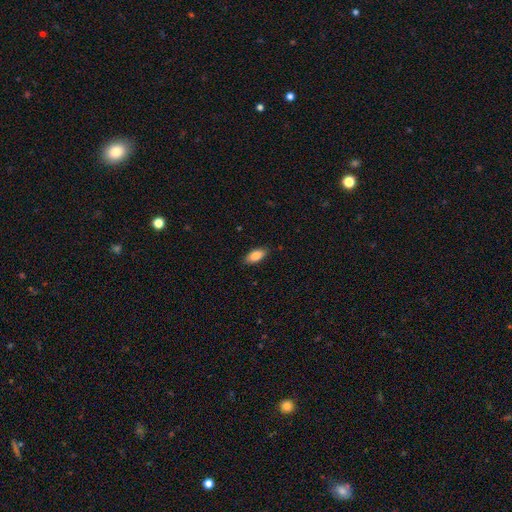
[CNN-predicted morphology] A smooth galaxy with no disk features (83%) that is in between round and cigar-shaped (89%).

Vote fractions:
- Smooth or featured? smooth: 83% / featured or disk: 10% / star or artifact: 7%
- How rounded? in between: 89% / cigar-shaped: 8% / round: 3%
- Merging? none: 87% / minor disturbance: 10% / major disturbance: 2% / merger: 1%